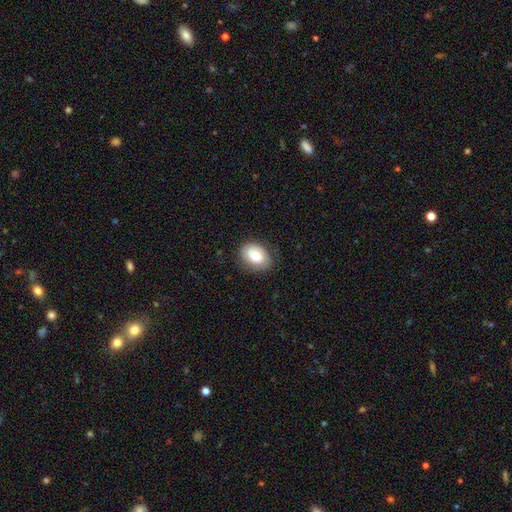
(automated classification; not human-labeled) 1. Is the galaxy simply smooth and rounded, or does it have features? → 73% smooth, 20% featured or disk, 7% star or artifact.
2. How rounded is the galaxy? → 73% in between, 26% round, 1% cigar-shaped.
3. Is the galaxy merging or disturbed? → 78% none, 17% minor disturbance, 4% major disturbance, 1% merger.